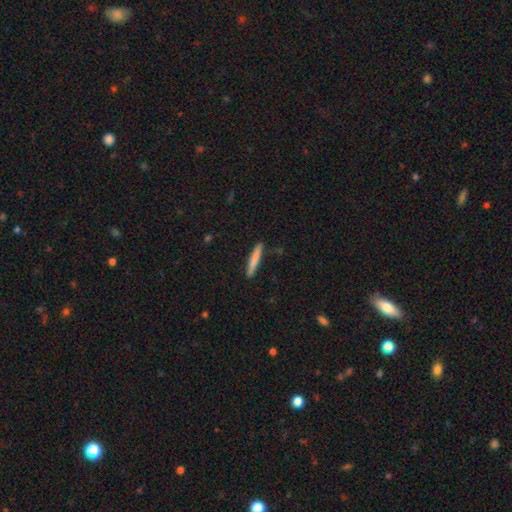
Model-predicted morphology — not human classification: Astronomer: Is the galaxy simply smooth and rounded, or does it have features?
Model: smooth — 76%.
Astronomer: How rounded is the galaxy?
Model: cigar-shaped — 96%.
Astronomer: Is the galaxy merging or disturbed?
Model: none — 91%.